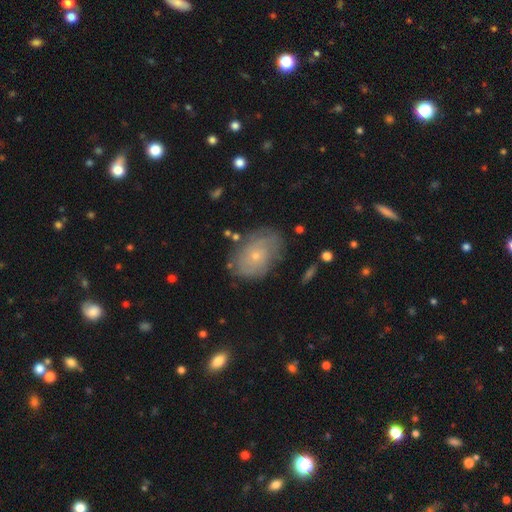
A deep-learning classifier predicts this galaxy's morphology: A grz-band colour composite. It shows a featured or disk galaxy (55%) with no bar (86%), spiral arms (69%) and a small central bulge (76%). Merging: none (69%).